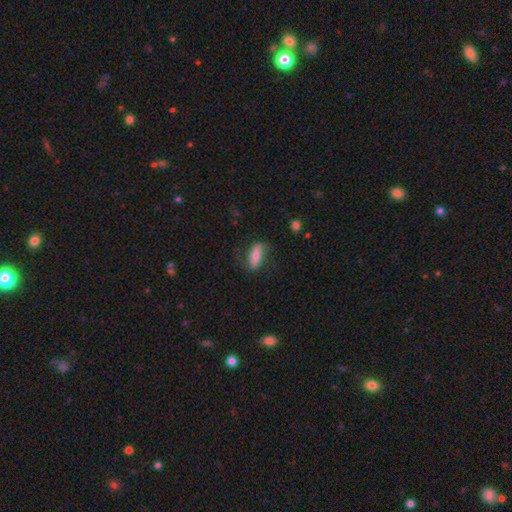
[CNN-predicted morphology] The model was most divided on "smooth or featured": smooth: 49%, featured or disk: 44%, star or artifact: 7%. More confident: merging — none (67%).